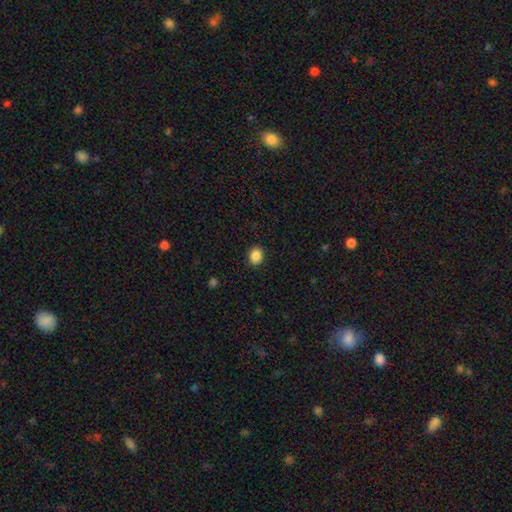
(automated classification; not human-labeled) Q: Smooth or featured?
A: smooth (88%); runner-up: star or artifact (9%)
Q: How rounded?
A: round (58%); runner-up: in between (41%)
Q: Merging?
A: none (90%); runner-up: minor disturbance (7%)